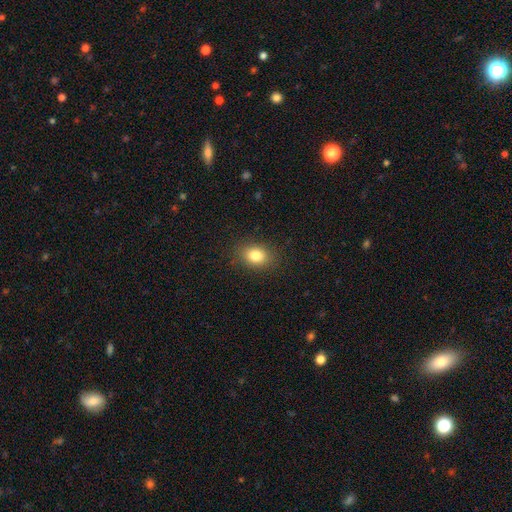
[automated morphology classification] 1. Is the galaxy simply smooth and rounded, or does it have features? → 82% smooth, 10% star or artifact, 7% featured or disk.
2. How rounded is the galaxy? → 65% in between, 34% round, 1% cigar-shaped.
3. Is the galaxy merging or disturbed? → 88% none, 9% minor disturbance, 3% major disturbance, 1% merger.